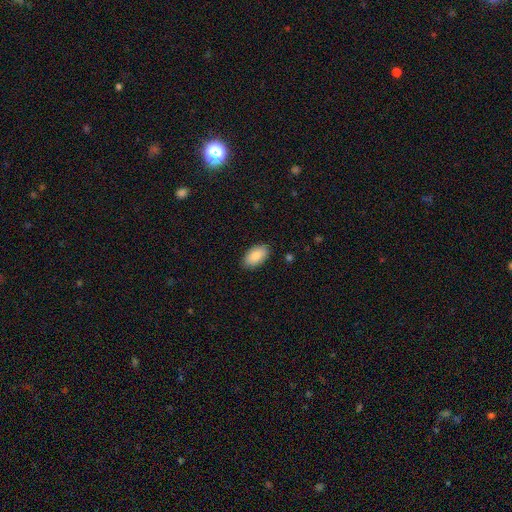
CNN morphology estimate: Smooth or featured? Predicted: smooth (p=0.87). How rounded? Predicted: in between (p=0.95). Merging? Predicted: none (p=0.87).